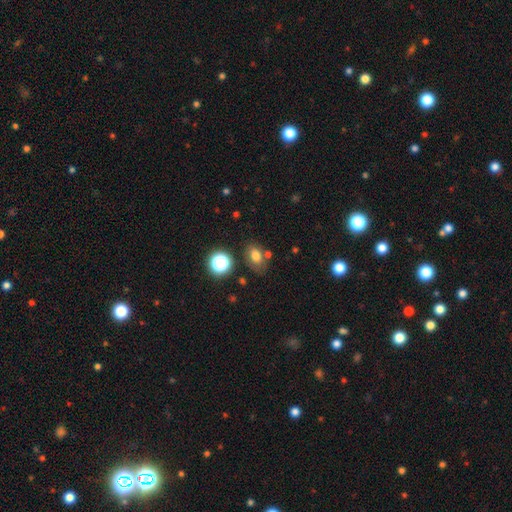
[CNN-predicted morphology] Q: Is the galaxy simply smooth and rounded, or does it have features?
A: smooth — 73%.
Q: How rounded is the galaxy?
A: in between — 75%.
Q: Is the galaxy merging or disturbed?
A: none — 67%.